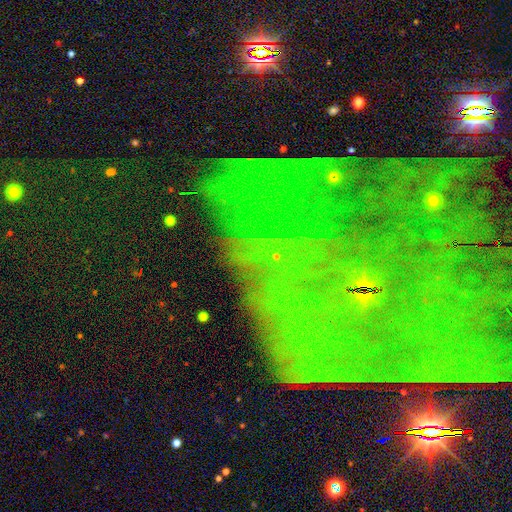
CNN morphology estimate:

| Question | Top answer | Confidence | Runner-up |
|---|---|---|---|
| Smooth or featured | star or artifact | 71% | featured or disk (18%) |